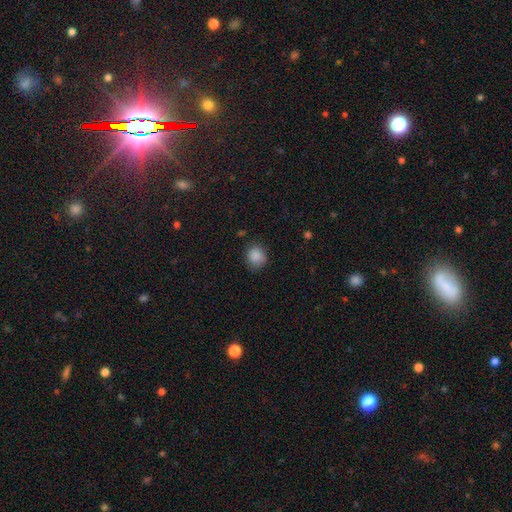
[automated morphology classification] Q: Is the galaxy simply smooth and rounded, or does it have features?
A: smooth — 87%.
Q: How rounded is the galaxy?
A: round — 80%.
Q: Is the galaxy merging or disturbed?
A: none — 79%.